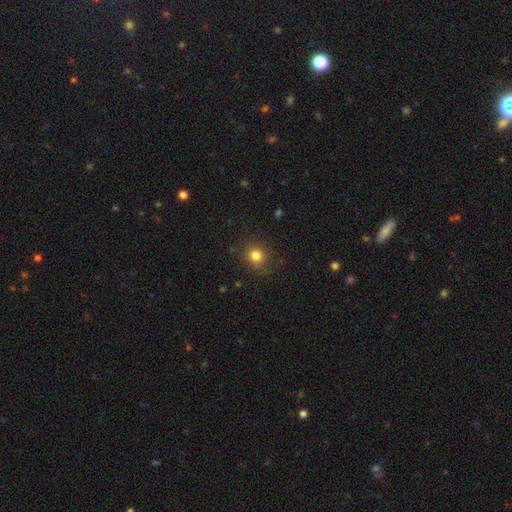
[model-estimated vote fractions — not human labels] smooth_or_featured: smooth (p=0.81) [alt: star or artifact p=0.13]
how_rounded: round (p=0.82) [alt: in between p=0.17]
merging: none (p=0.83) [alt: minor disturbance p=0.12]